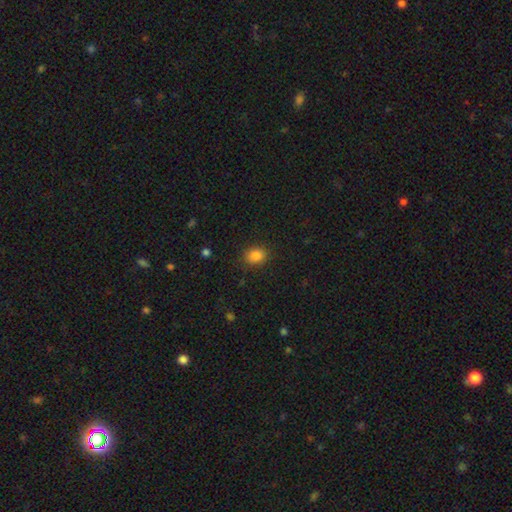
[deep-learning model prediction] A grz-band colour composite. It shows a smooth galaxy with no disk features (85%) that is in between round and cigar-shaped (52%). Merging: none (86%).